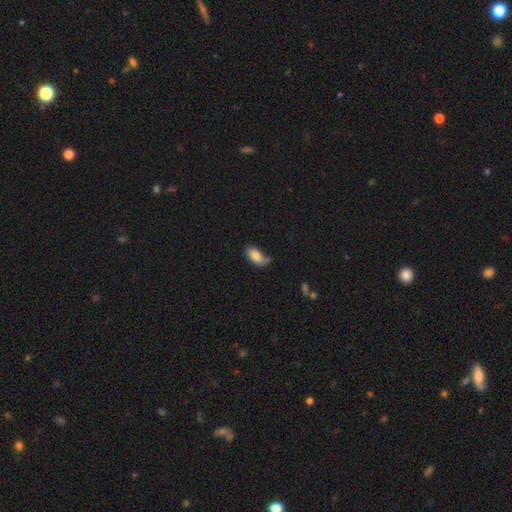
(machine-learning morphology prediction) Overall: smooth (82%). How rounded: in between (93%). Merging: none (53%; minor disturbance 30%).